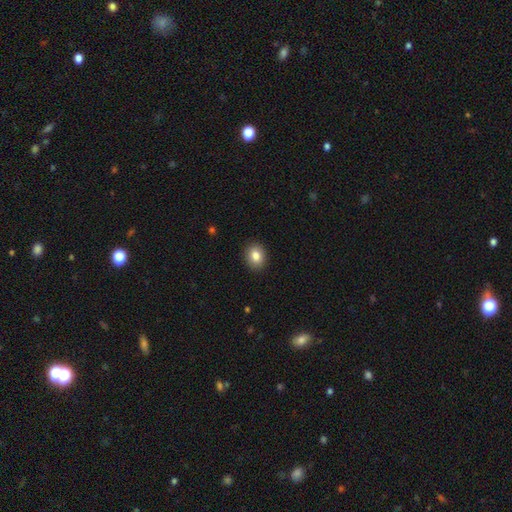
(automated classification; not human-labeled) smooth-or-featured: smooth: 84% | star or artifact: 9% | featured or disk: 7%
  how-rounded: round: 51% | in between: 48% | cigar-shaped: 1%
  merging: none: 90% | minor disturbance: 7% | major disturbance: 2% | merger: 1%